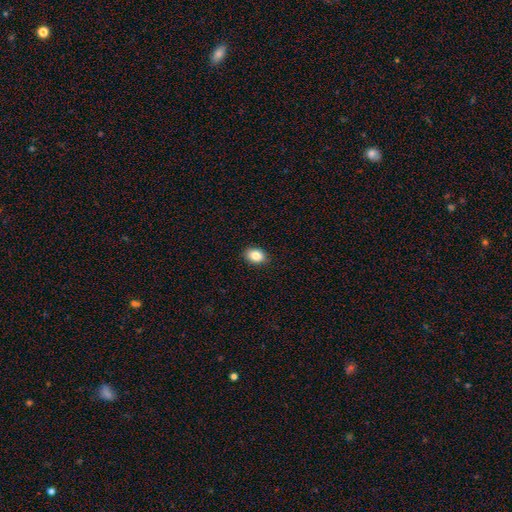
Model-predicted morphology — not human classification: Smooth or featured: smooth — 85% (star or artifact — 9%)
How rounded: in between — 73% (round — 26%)
Merging: none — 89% (minor disturbance — 8%)